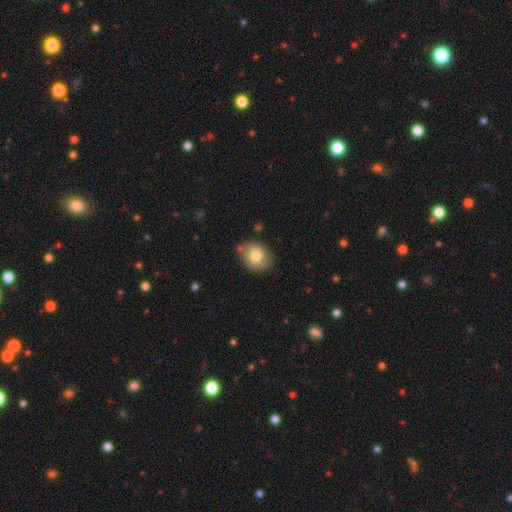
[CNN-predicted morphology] type=smooth (77%); roundness=round (51%); merging=none (79%).